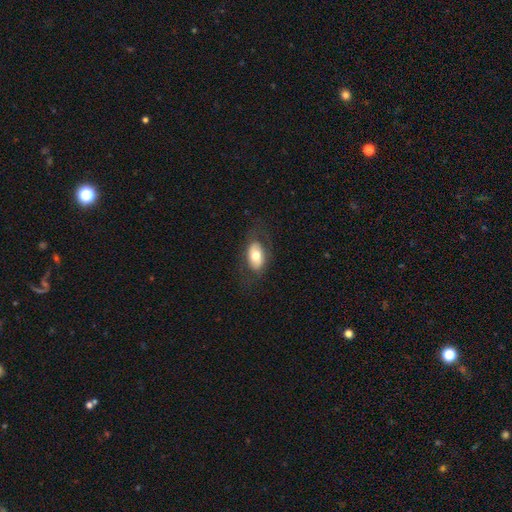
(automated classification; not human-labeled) smooth-or-featured: smooth: 63% | featured or disk: 30% | star or artifact: 7%
  how-rounded: in between: 91% | round: 7% | cigar-shaped: 2%
  merging: none: 75% | minor disturbance: 15% | major disturbance: 9% | merger: 1%